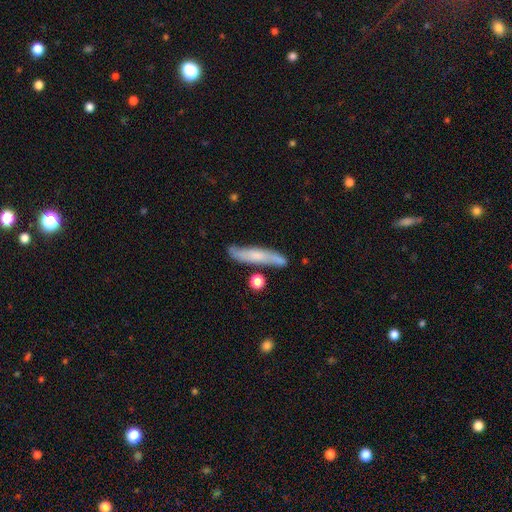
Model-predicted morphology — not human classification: Overall: smooth (52%; featured or disk 42%). How rounded: cigar-shaped (87%). Merging: none (73%).